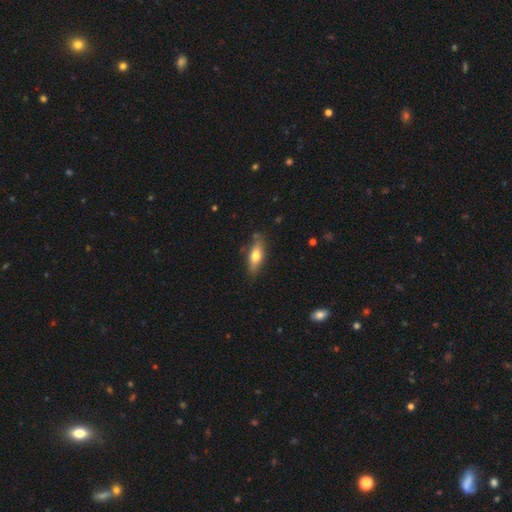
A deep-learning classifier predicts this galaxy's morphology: type=smooth (63%); roundness=in between (56%); merging=none (80%).